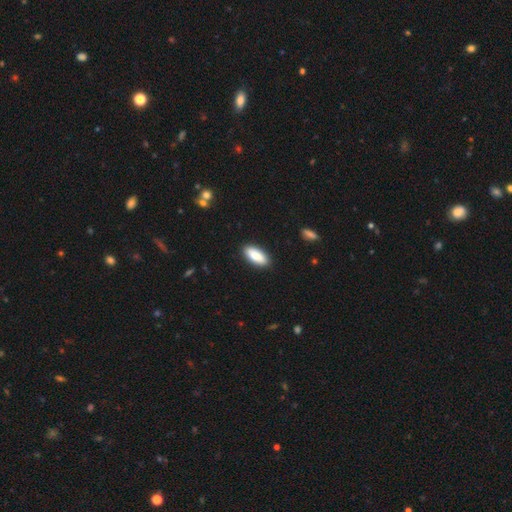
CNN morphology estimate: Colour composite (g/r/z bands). It shows a smooth galaxy with no disk features (85%) that is in between round and cigar-shaped (81%). Merging: none (89%).